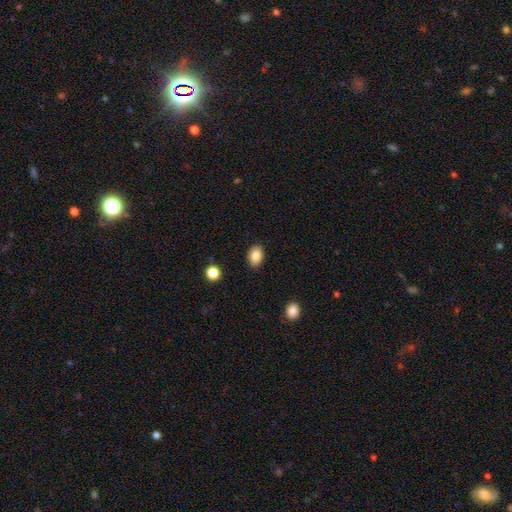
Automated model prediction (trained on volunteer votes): Morphology: type=smooth (86%); roundness=in between (81%); merging=none (88%).